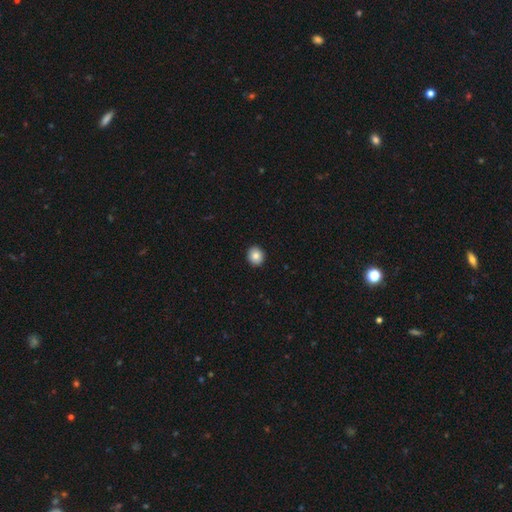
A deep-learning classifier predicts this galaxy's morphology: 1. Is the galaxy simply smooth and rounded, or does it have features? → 84% smooth, 9% star or artifact, 8% featured or disk.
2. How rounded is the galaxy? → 82% round, 17% in between, 1% cigar-shaped.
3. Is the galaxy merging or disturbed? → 92% none, 5% minor disturbance, 1% major disturbance, 1% merger.